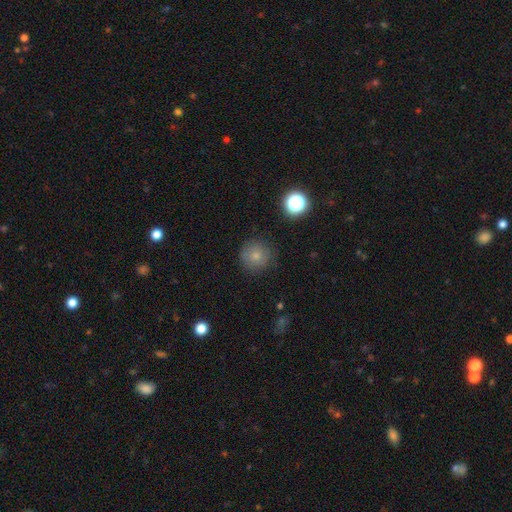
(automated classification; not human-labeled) smooth_or_featured: smooth (p=0.77) [alt: star or artifact p=0.13]
how_rounded: round (p=0.94) [alt: in between p=0.05]
merging: none (p=0.84) [alt: minor disturbance p=0.11]